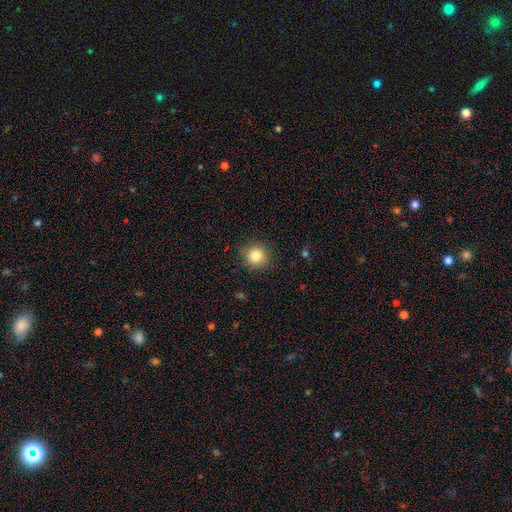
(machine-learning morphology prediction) smooth_or_featured: smooth (p=0.83) [alt: star or artifact p=0.11]
how_rounded: round (p=0.93) [alt: in between p=0.07]
merging: none (p=0.88) [alt: minor disturbance p=0.08]